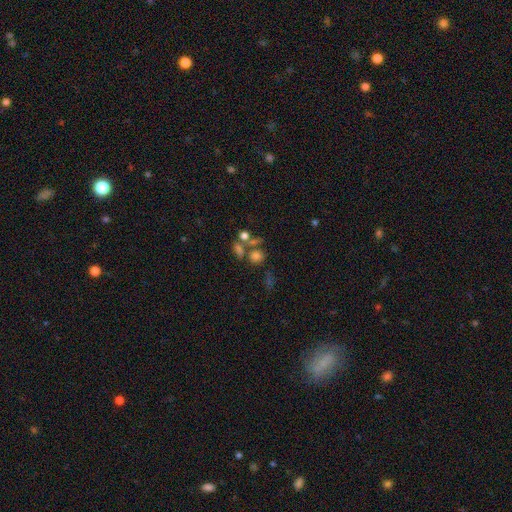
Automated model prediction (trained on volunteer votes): This is likely a smooth galaxy (67%). How rounded: likely round (69%). Merging: possibly none (46%).